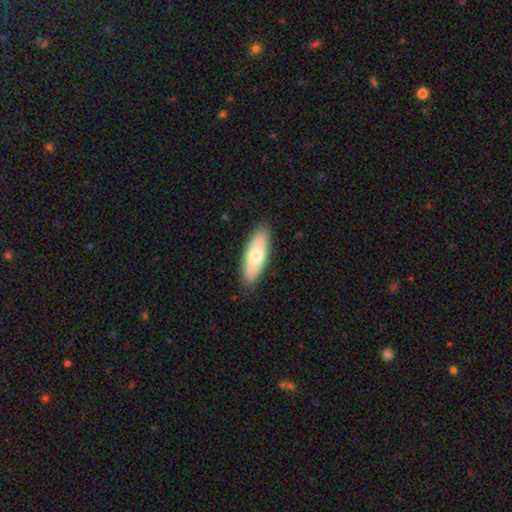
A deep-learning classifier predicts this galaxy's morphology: This appears to be a smooth galaxy with no disk features (66%) that is in between round and cigar-shaped (66%). Merging: none (88%).